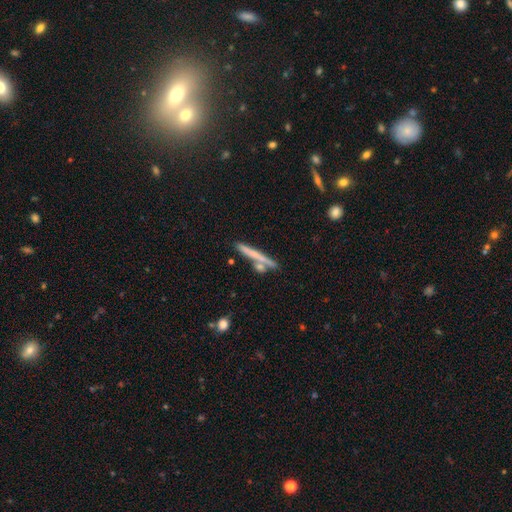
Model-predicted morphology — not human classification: Q: Smooth or featured?
A: smooth (52%); runner-up: featured or disk (41%)
Q: How rounded?
A: cigar-shaped (94%); runner-up: in between (4%)
Q: Merging?
A: none (72%); runner-up: merger (14%)